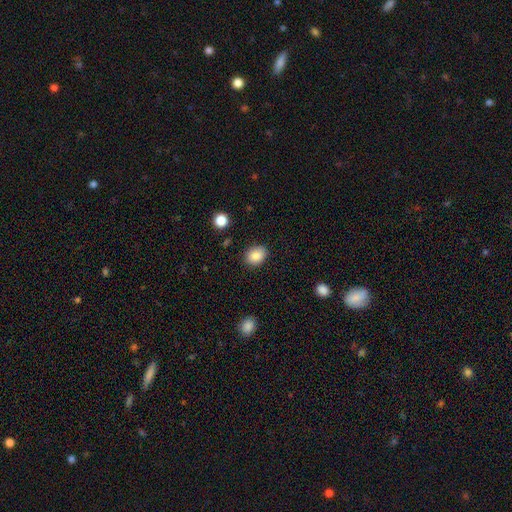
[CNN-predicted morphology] smooth-or-featured: smooth: 86% | star or artifact: 9% | featured or disk: 6%
  how-rounded: in between: 63% | round: 36% | cigar-shaped: 1%
  merging: none: 86% | minor disturbance: 10% | major disturbance: 2% | merger: 1%